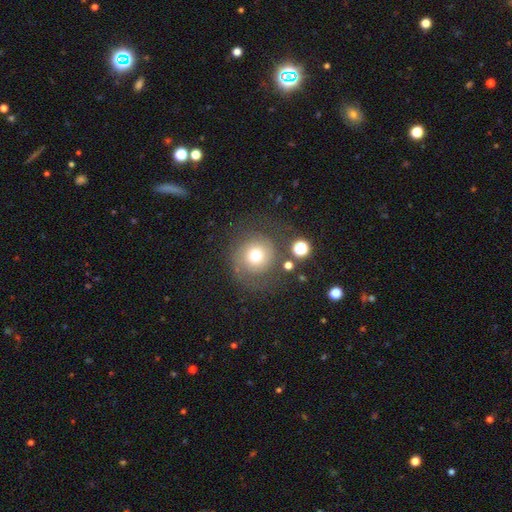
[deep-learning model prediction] Smooth or featured? smooth (55%)
How rounded? round (91%)
Merging? none (65%)